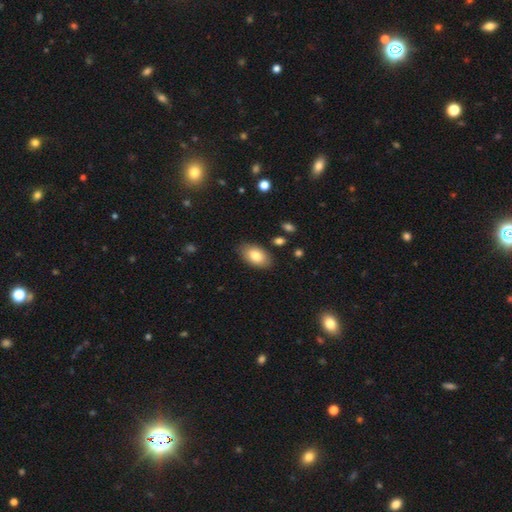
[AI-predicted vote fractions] smooth-or-featured: smooth: 81% | featured or disk: 12% | star or artifact: 7%
  how-rounded: in between: 93% | round: 6% | cigar-shaped: 1%
  merging: none: 85% | minor disturbance: 11% | major disturbance: 2% | merger: 2%